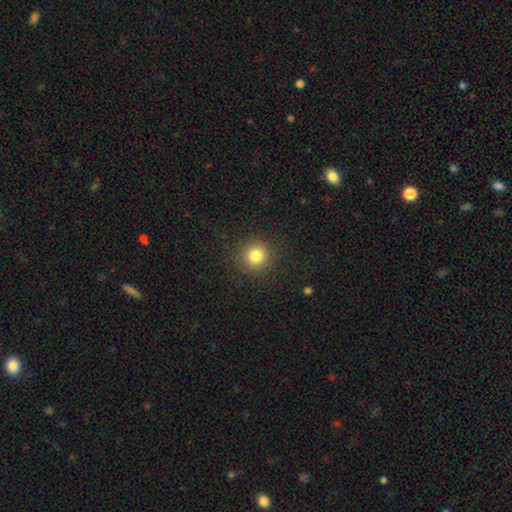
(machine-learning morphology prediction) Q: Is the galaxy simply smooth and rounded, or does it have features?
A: smooth — 82%.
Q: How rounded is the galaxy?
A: round — 94%.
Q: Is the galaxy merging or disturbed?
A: none — 90%.